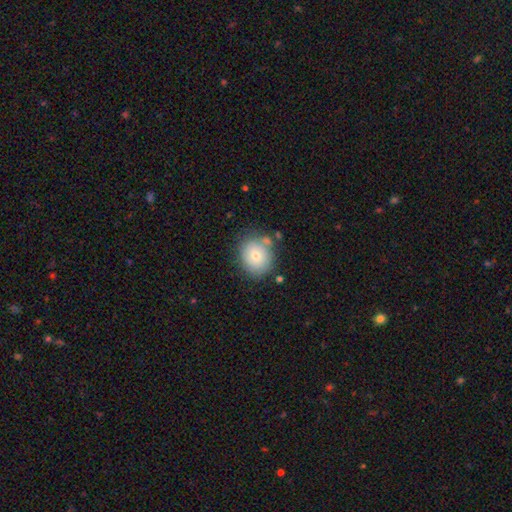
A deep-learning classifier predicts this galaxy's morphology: The model was most divided on "how rounded": round: 71%, in between: 29%, cigar-shaped: 1%. More confident: merging — none (69%); smooth or featured — smooth (68%).